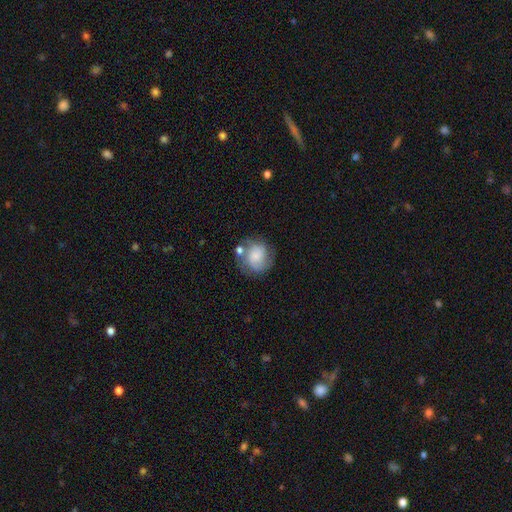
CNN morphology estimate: A smooth galaxy with no disk features (47%). Merging: none (56%).